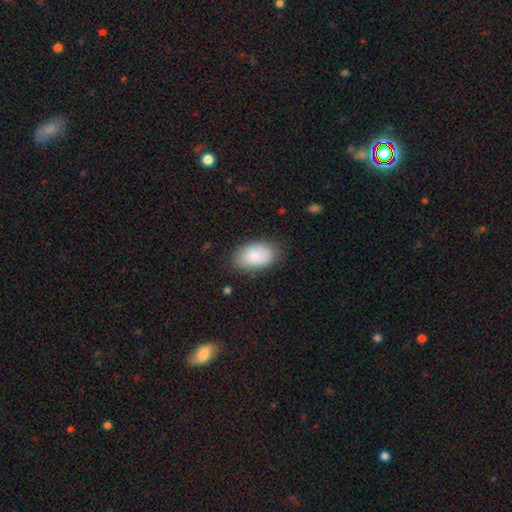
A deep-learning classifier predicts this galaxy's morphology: Smooth or featured? smooth (86%)
How rounded? in between (92%)
Merging? none (79%)